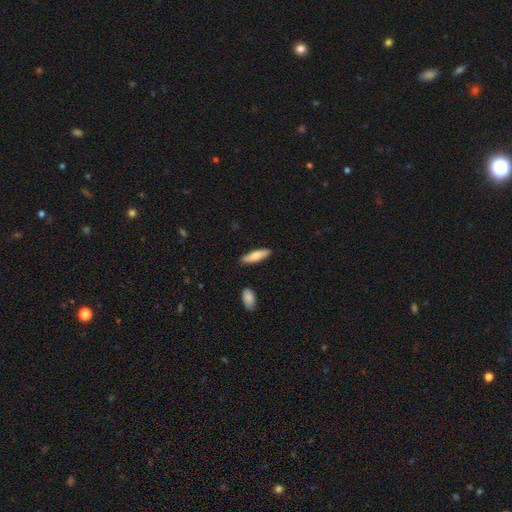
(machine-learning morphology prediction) Smooth or featured: smooth — 74% (featured or disk — 21%)
How rounded: cigar-shaped — 58% (in between — 40%)
Merging: none — 87% (minor disturbance — 9%)